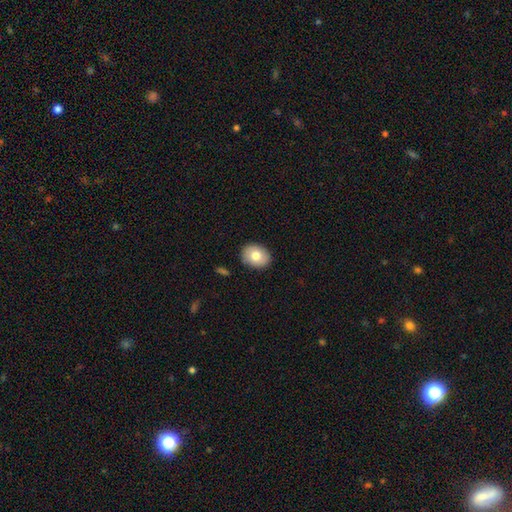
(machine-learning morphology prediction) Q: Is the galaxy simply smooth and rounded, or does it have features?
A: smooth — 77%.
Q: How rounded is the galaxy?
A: in between — 57%.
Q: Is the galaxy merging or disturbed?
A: none — 88%.